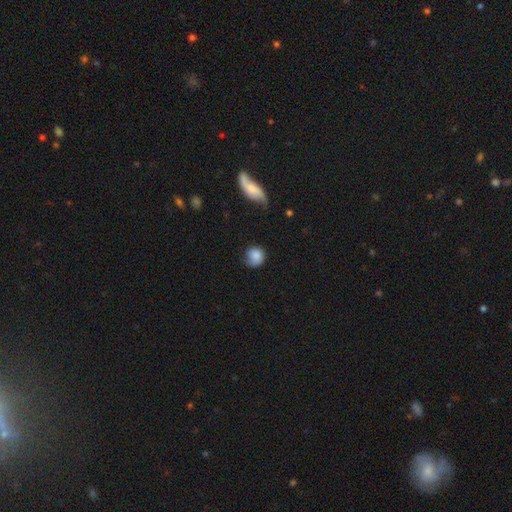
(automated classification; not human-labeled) smooth-or-featured: smooth: 80% | featured or disk: 12% | star or artifact: 7%
  how-rounded: round: 81% | in between: 18% | cigar-shaped: 1%
  merging: none: 49% | minor disturbance: 34% | major disturbance: 14% | merger: 3%